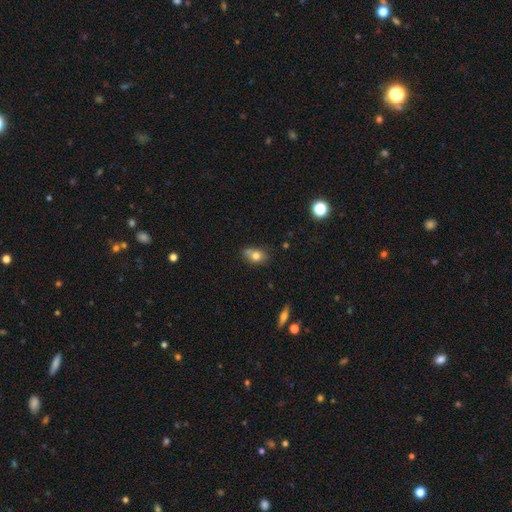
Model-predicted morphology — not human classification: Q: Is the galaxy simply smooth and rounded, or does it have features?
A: smooth — 74%.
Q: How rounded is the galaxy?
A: in between — 67%.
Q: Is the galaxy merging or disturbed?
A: none — 53%.